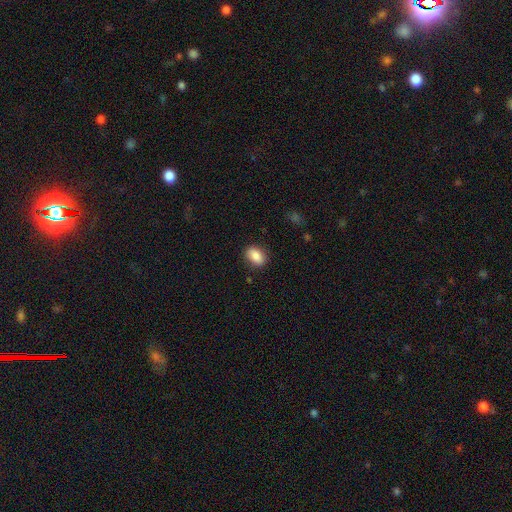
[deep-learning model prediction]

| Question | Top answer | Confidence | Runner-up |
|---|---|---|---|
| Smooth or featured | smooth | 86% | star or artifact (7%) |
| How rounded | in between | 83% | round (15%) |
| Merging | none | 85% | minor disturbance (11%) |